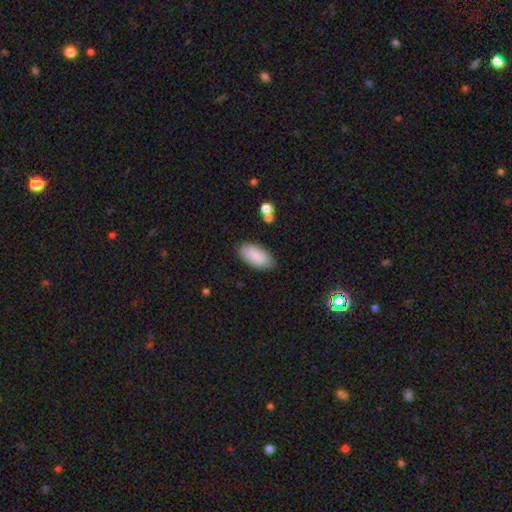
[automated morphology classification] This is clearly a smooth galaxy (86%). How rounded: clearly in between (92%). Merging: clearly none (83%).